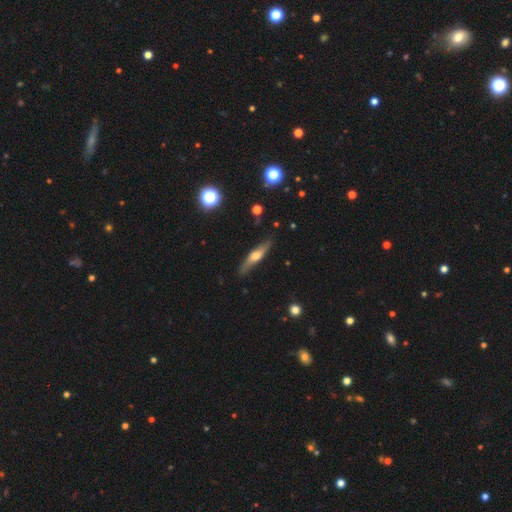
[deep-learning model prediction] Smooth or featured: featured or disk — 52% (smooth — 41%)
Edge-on disk: yes — 88% (no — 12%)
Merging: none — 83% (minor disturbance — 13%)